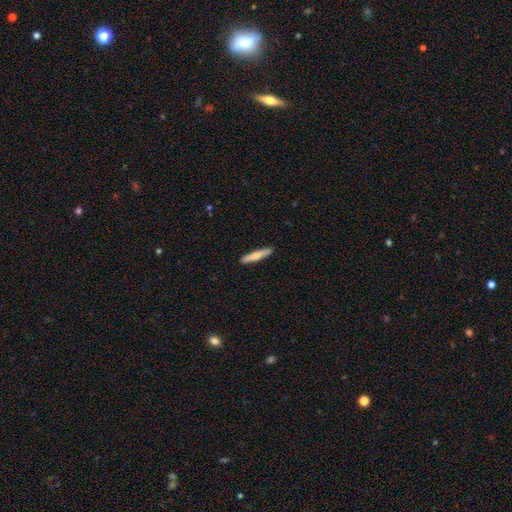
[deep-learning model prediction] Morphology: type=smooth (63%); roundness=cigar-shaped (90%); merging=none (91%).